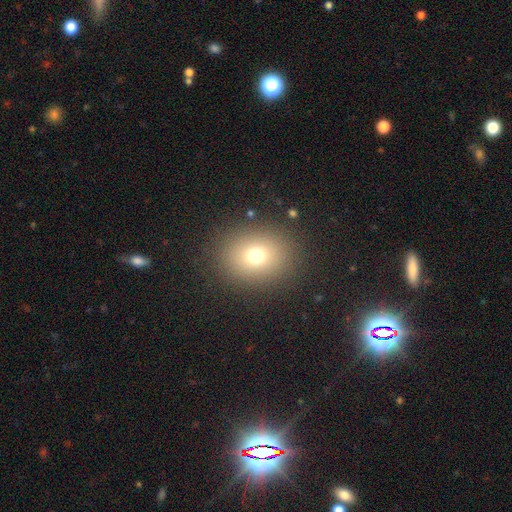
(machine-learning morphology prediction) Smooth or featured? Predicted: smooth (p=0.73). How rounded? Predicted: round (p=0.59). Merging? Predicted: none (p=0.87).